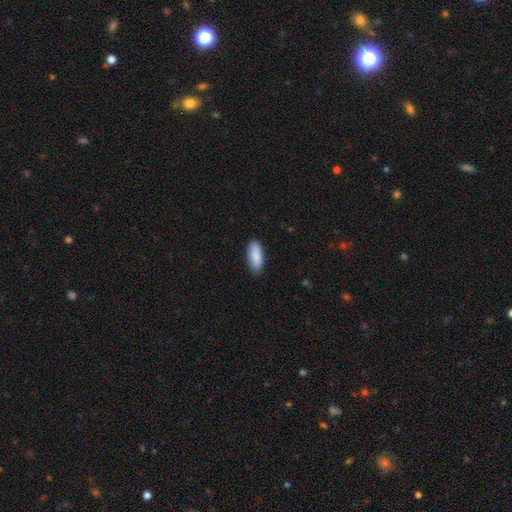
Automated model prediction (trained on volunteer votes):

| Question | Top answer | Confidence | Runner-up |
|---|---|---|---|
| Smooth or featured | smooth | 88% | featured or disk (6%) |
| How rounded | in between | 77% | cigar-shaped (21%) |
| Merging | none | 85% | minor disturbance (12%) |